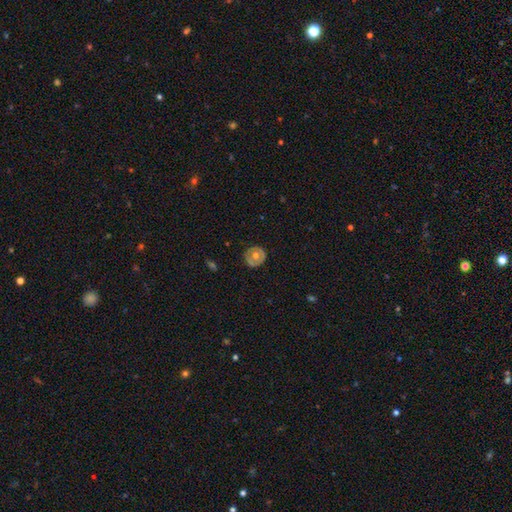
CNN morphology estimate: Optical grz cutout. It shows a smooth galaxy with no disk features (48%). Merging: none (82%).